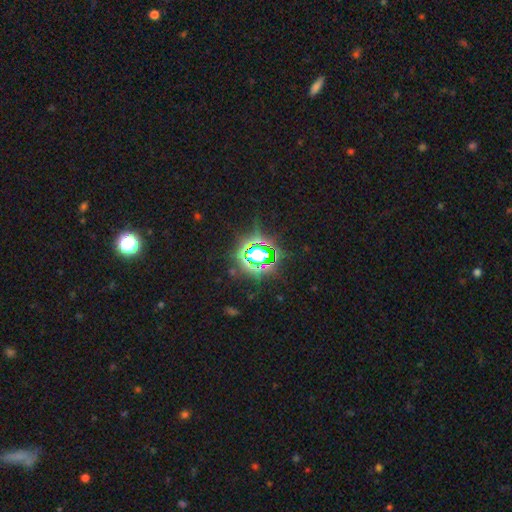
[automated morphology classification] This appears to be a star or artifact, not a galaxy (74%).